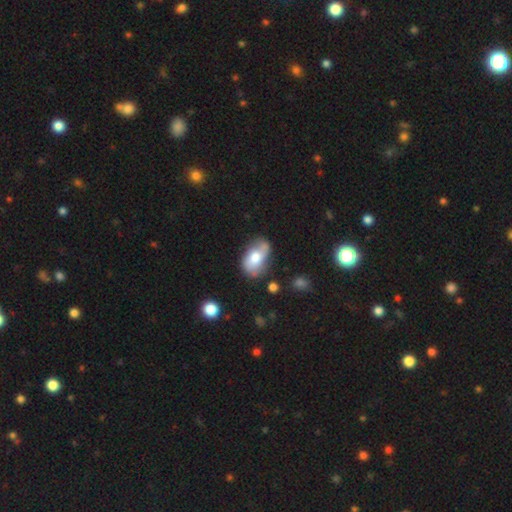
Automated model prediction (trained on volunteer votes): Q: Smooth or featured?
A: smooth (53%); runner-up: featured or disk (39%)
Q: How rounded?
A: in between (89%); runner-up: round (10%)
Q: Merging?
A: none (51%); runner-up: minor disturbance (30%)